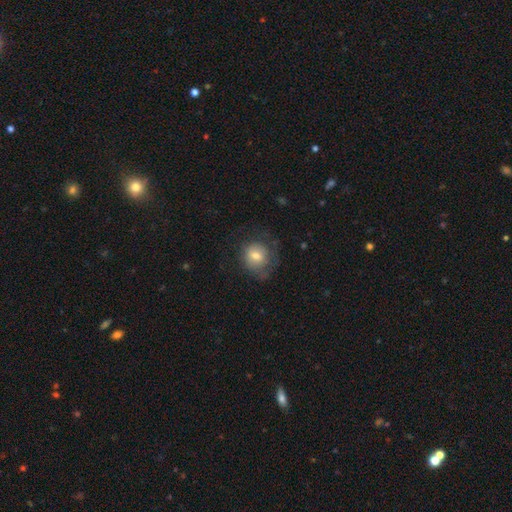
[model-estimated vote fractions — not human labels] Smooth or featured? Predicted: smooth (p=0.67). How rounded? Predicted: round (p=0.77). Merging? Predicted: none (p=0.57).